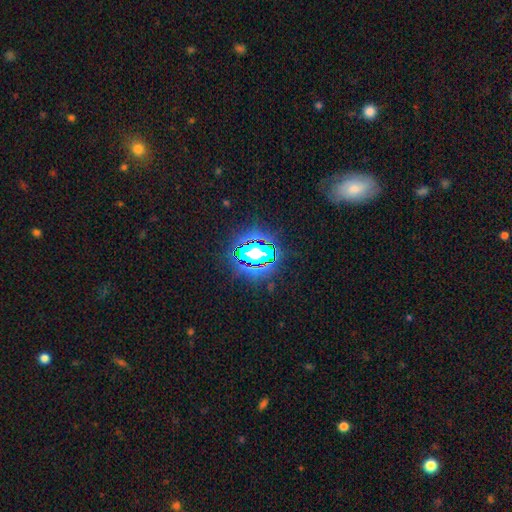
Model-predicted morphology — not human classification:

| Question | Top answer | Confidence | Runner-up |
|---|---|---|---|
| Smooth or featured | star or artifact | 65% | smooth (22%) |